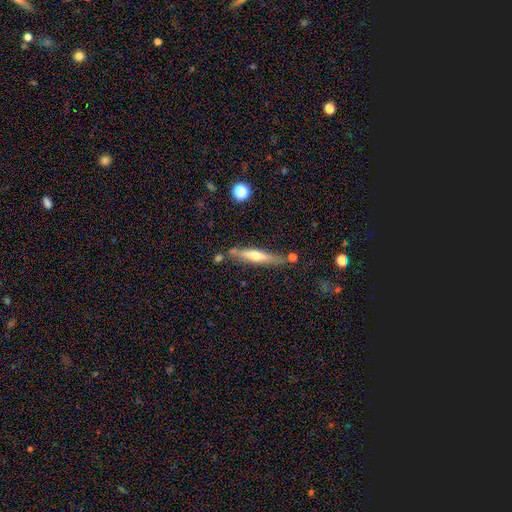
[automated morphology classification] Smooth or featured: featured or disk — 58% (smooth — 36%)
Edge-on disk: yes — 94% (no — 6%)
Edge-on bulge: rounded — 83% (none — 11%)
Merging: none — 74% (minor disturbance — 15%)